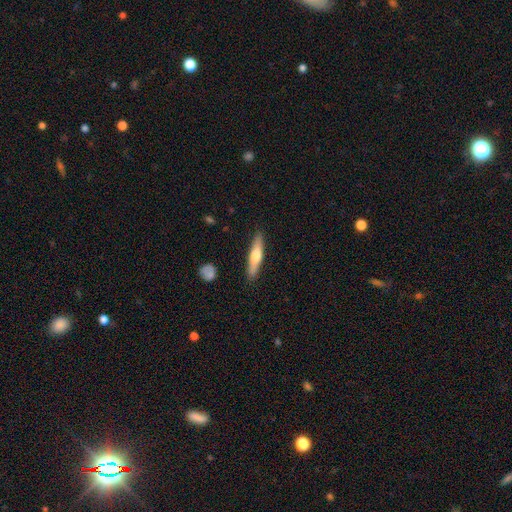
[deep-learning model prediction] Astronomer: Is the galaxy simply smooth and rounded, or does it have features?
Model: smooth — 53% (runner-up: featured or disk, 41%).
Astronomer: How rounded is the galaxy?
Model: cigar-shaped — 85%.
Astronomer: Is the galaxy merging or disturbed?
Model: none — 88%.